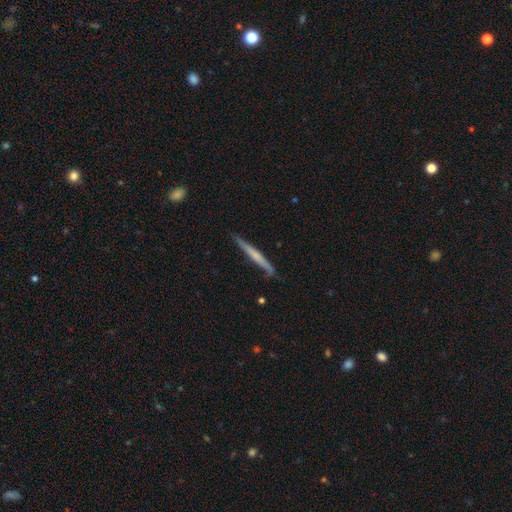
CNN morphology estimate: Q: Smooth or featured?
A: featured or disk (50%); runner-up: smooth (44%)
Q: Edge-on disk?
A: yes (96%); runner-up: no (4%)
Q: Merging?
A: none (83%); runner-up: minor disturbance (13%)